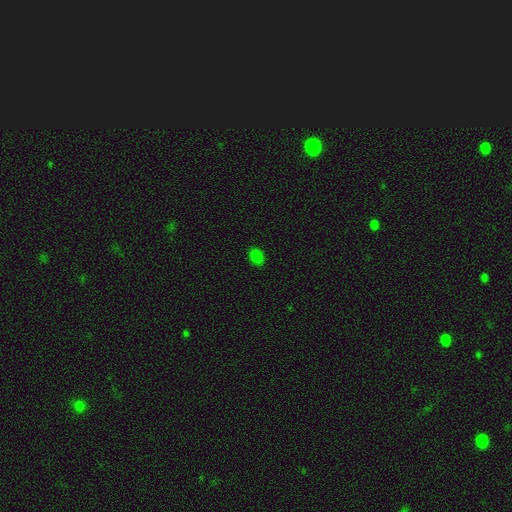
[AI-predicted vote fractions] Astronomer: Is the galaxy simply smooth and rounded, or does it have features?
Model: smooth — 79%.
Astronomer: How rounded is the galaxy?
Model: in between — 70%.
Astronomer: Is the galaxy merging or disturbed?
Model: none — 85%.